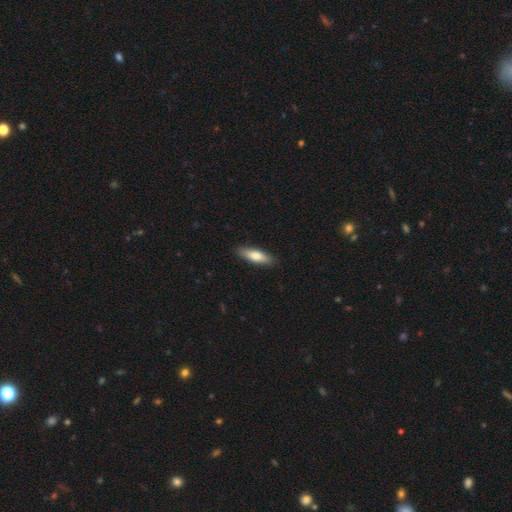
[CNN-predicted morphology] smooth 74%, featured or disk 21%, star or artifact 5%. Down the decision tree: how rounded — cigar-shaped (58%); merging — none (88%).